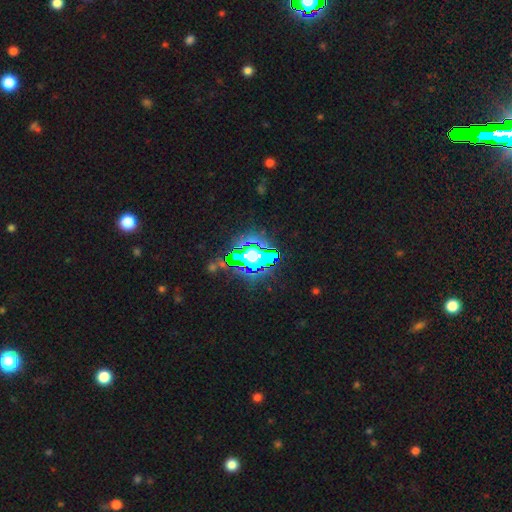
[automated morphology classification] This appears to be a star or artifact, not a galaxy (53%).